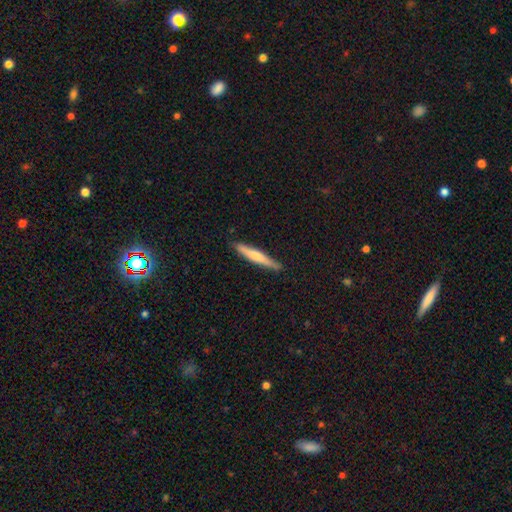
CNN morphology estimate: Overall: smooth (59%; featured or disk 36%). How rounded: cigar-shaped (94%). Merging: none (86%).